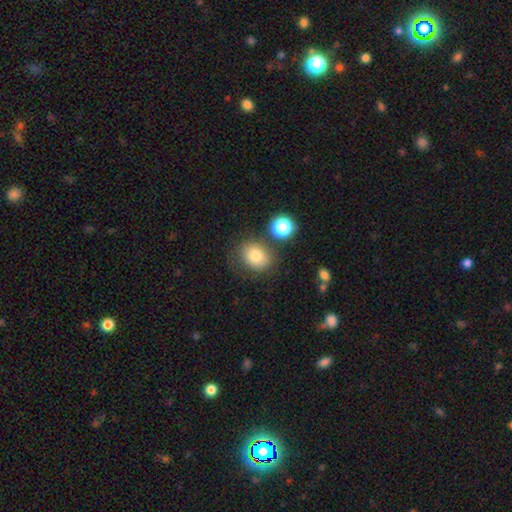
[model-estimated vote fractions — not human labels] This is likely a smooth galaxy (79%). How rounded: possibly round (54%). Merging: likely none (69%).